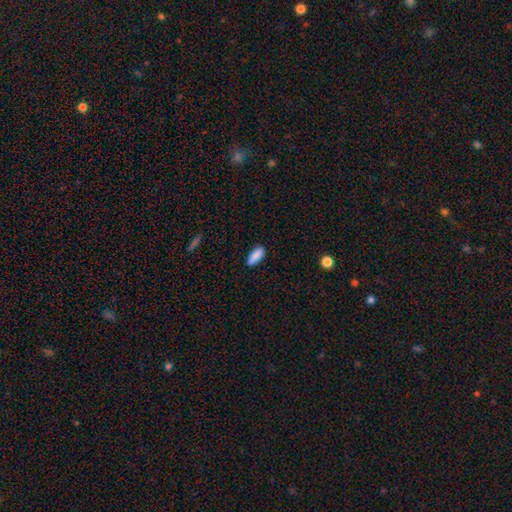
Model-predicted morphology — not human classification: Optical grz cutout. It shows a smooth galaxy with no disk features (88%) that is in between round and cigar-shaped (74%). Merging: none (82%).